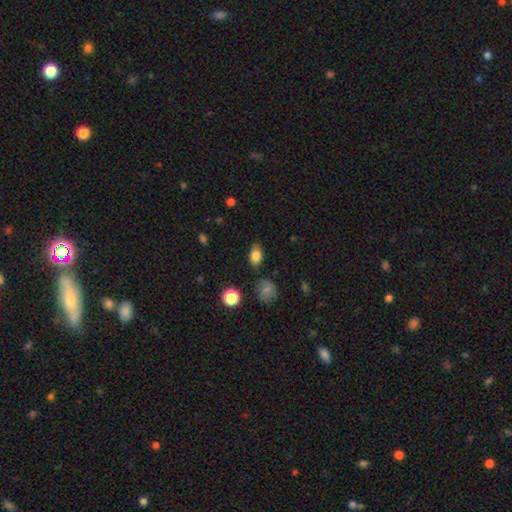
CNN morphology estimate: A smooth galaxy with no disk features (81%) that is in between round and cigar-shaped (85%).

Vote fractions:
- Smooth or featured? smooth: 81% / star or artifact: 10% / featured or disk: 9%
- How rounded? in between: 85% / round: 13% / cigar-shaped: 2%
- Merging? none: 81% / minor disturbance: 13% / major disturbance: 3% / merger: 3%